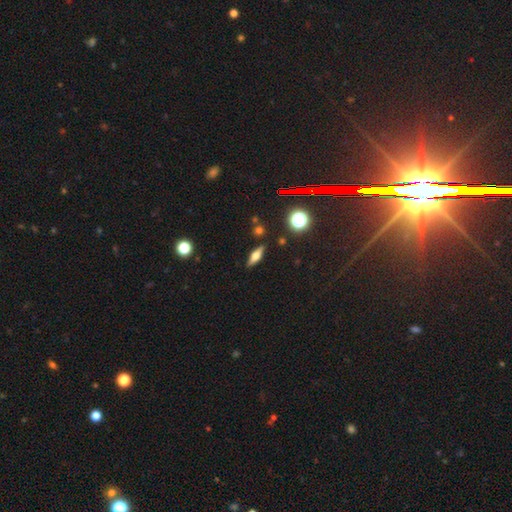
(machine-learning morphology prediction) Smooth or featured: featured or disk — 50% (smooth — 39%)
Edge-on disk: yes — 92% (no — 8%)
Merging: none — 87% (minor disturbance — 8%)